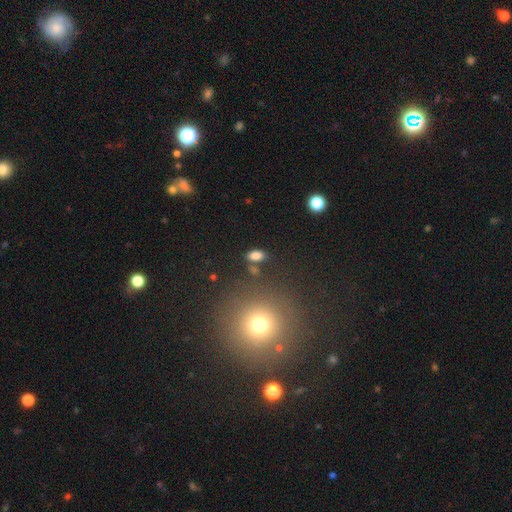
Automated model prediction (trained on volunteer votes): Overall: smooth (82%). How rounded: in between (89%). Merging: none (75%).